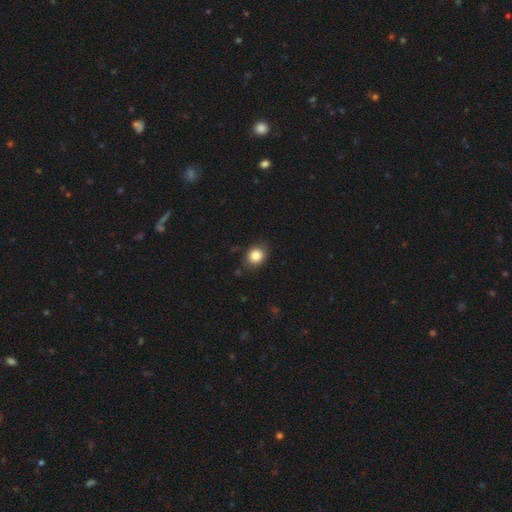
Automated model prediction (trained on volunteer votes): Smooth or featured: smooth — 85% (star or artifact — 10%)
How rounded: round — 66% (in between — 33%)
Merging: none — 82% (minor disturbance — 13%)